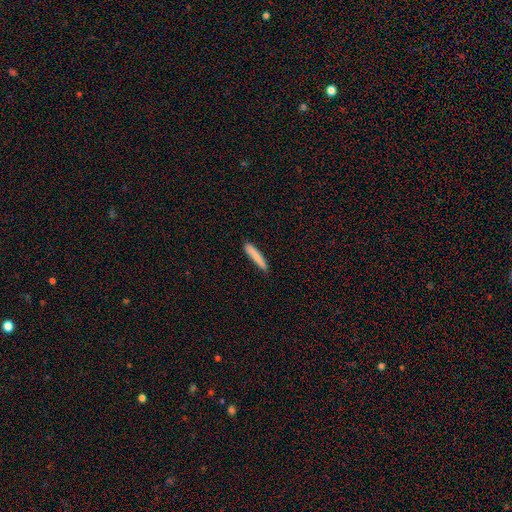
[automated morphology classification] Overall: smooth (79%). How rounded: cigar-shaped (92%). Merging: none (84%).